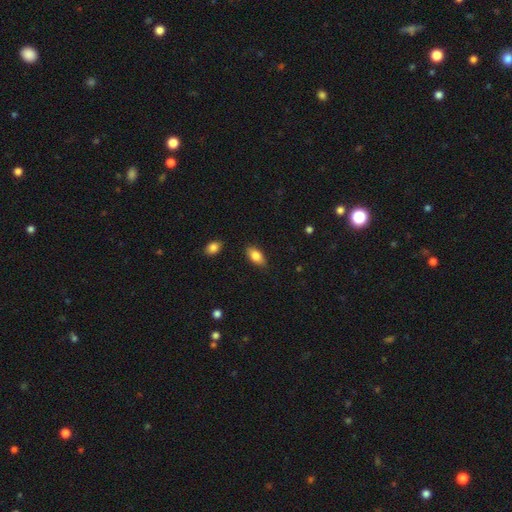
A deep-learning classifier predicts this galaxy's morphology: Smooth or featured? smooth (83%)
How rounded? in between (91%)
Merging? none (85%)